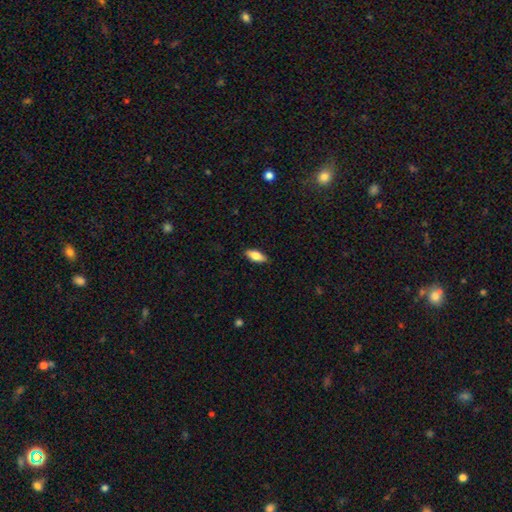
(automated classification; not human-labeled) This is likely a smooth galaxy (74%). How rounded: likely in between (78%). Merging: clearly none (88%).